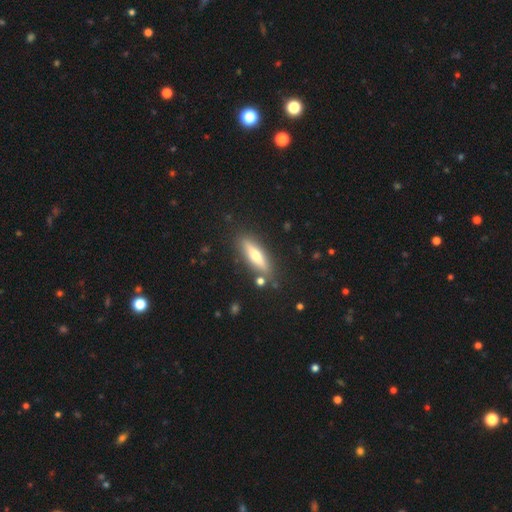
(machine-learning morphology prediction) type=smooth (52%); roundness=cigar-shaped (67%); merging=none (84%).